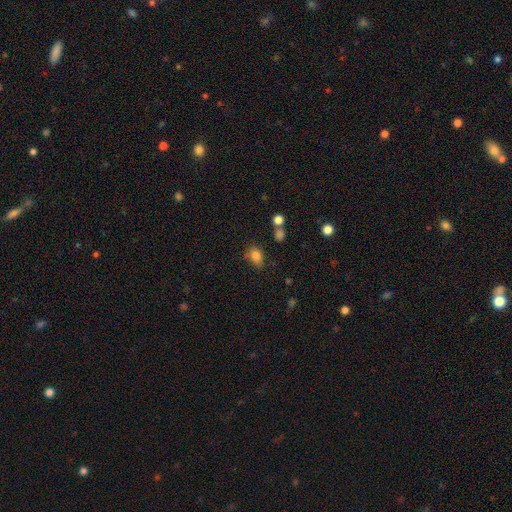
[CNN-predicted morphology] Smooth or featured: smooth — 82% (star or artifact — 11%)
How rounded: in between — 68% (round — 31%)
Merging: none — 70% (minor disturbance — 19%)